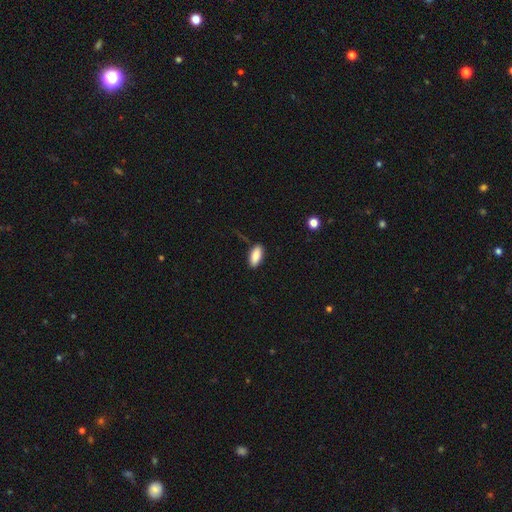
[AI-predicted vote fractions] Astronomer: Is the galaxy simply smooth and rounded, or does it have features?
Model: smooth — 88%.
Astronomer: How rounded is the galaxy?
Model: in between — 85%.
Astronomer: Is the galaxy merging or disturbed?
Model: none — 82%.